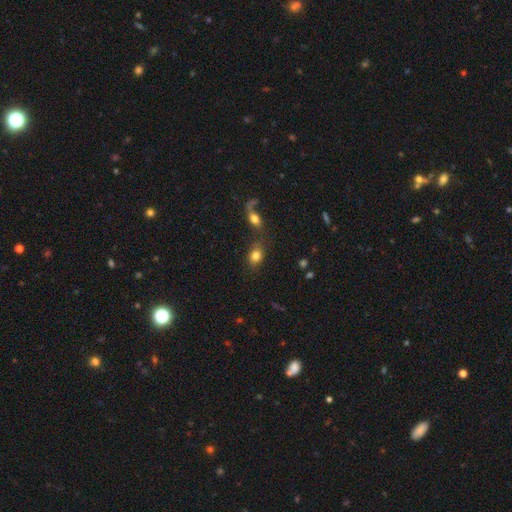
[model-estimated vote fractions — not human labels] Q: Smooth or featured?
A: smooth (80%); runner-up: star or artifact (11%)
Q: How rounded?
A: in between (58%); runner-up: round (41%)
Q: Merging?
A: none (57%); runner-up: merger (23%)